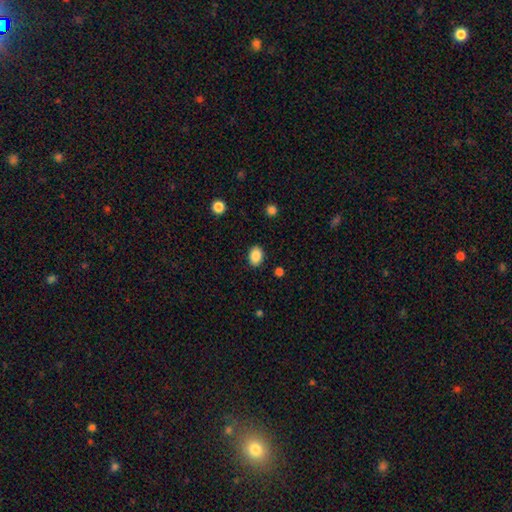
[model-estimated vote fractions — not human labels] Smooth or featured?
  - smooth: 88% *
  - star or artifact: 8%
  - featured or disk: 4%
How rounded?
  - in between: 74% *
  - round: 25%
  - cigar-shaped: 1%
Merging?
  - none: 87% *
  - minor disturbance: 9%
  - major disturbance: 2%
  - merger: 1%